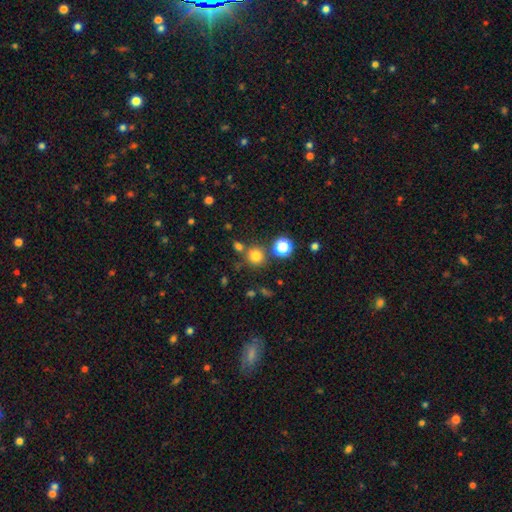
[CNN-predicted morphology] smooth 76%, star or artifact 17%, featured or disk 6%. Down the decision tree: how rounded — round (91%); merging — none (78%).